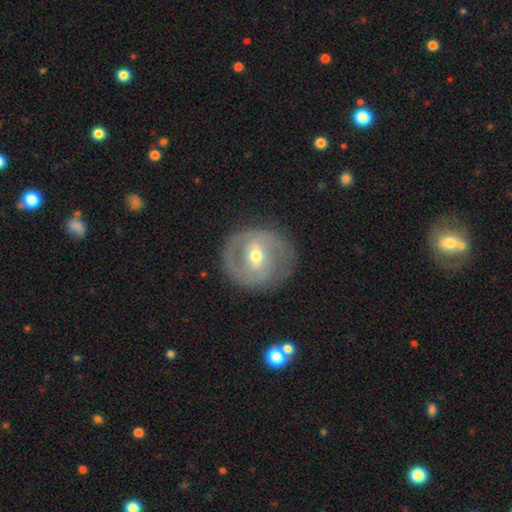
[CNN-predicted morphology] This appears to be a featured or disk galaxy (74%) with a weak bar (47%), 2 (68%) tight (47%) spiral arms (73%) and a moderate central bulge (64%). Merging: none (78%).